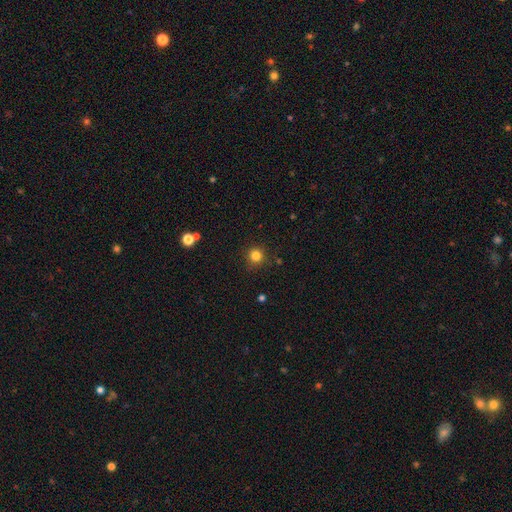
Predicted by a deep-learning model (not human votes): Smooth or featured? smooth (82%)
How rounded? round (95%)
Merging? none (89%)